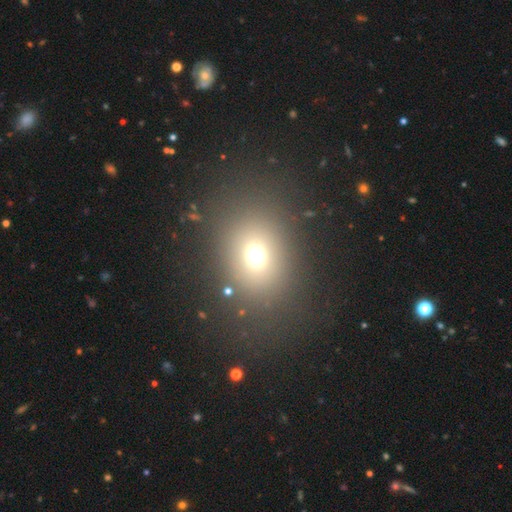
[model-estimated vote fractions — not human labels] Morphology: type=smooth (68%); roundness=in between (50%); merging=none (81%).